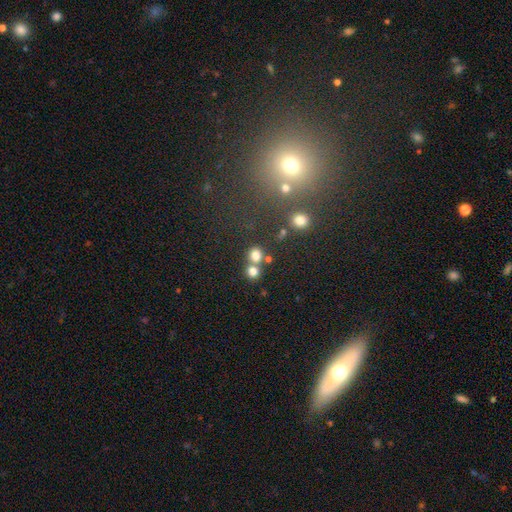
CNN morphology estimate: This appears to be a smooth galaxy with no disk features (77%) that is round (85%). Merging: none (57%).